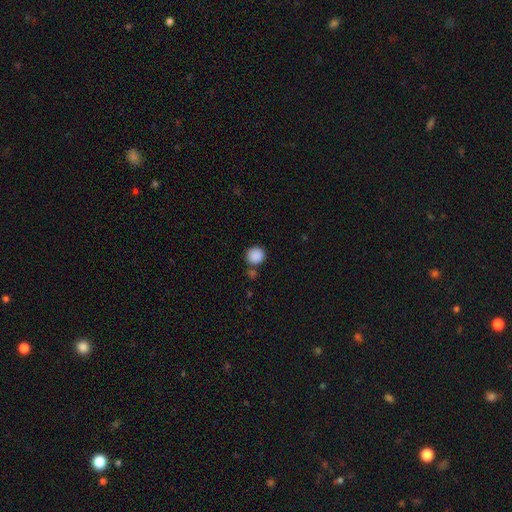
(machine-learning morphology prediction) smooth_or_featured: smooth (p=0.89) [alt: star or artifact p=0.09]
how_rounded: round (p=0.89) [alt: in between p=0.10]
merging: none (p=0.75) [alt: minor disturbance p=0.11]